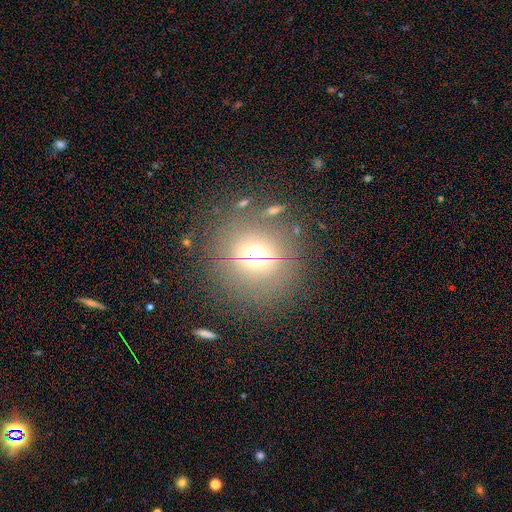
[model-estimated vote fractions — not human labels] Overall: smooth (58%; star or artifact 25%). How rounded: round (90%). Merging: none (79%).